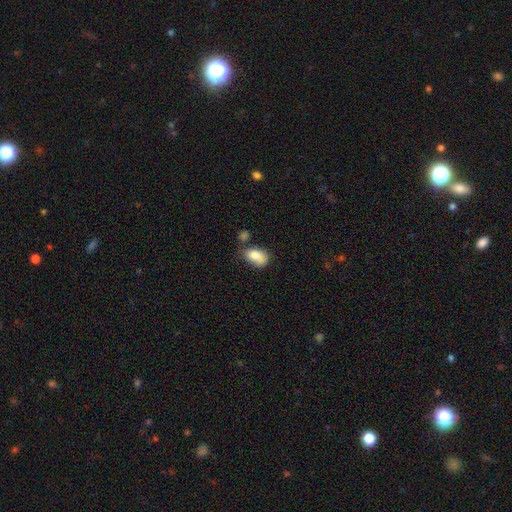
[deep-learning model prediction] smooth_or_featured: smooth (p=0.81) [alt: featured or disk p=0.11]
how_rounded: in between (p=0.86) [alt: round p=0.12]
merging: none (p=0.39) [alt: minor disturbance p=0.31]